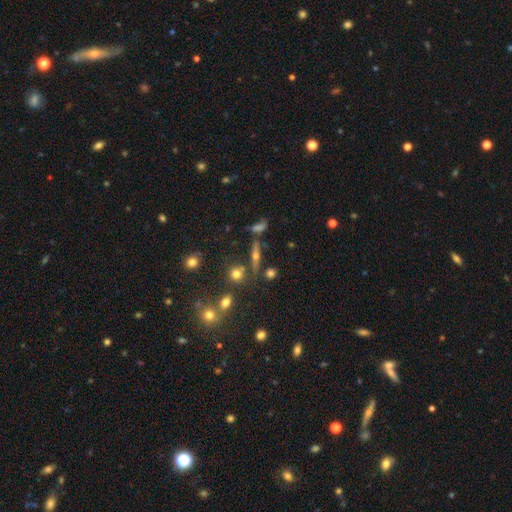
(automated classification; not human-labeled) Overall: featured or disk (48%; smooth 27%). Merging: none (71%).